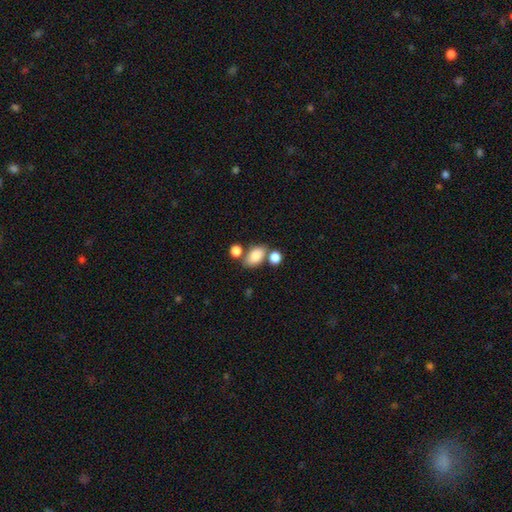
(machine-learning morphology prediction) This is clearly a smooth galaxy (83%). How rounded: clearly in between (87%). Merging: possibly none (56%).